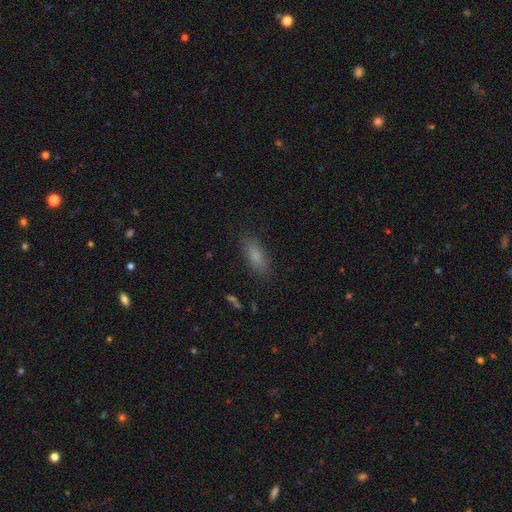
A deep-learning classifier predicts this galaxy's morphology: Smooth or featured: smooth — 80% (star or artifact — 10%)
How rounded: in between — 74% (cigar-shaped — 23%)
Merging: none — 84% (minor disturbance — 11%)